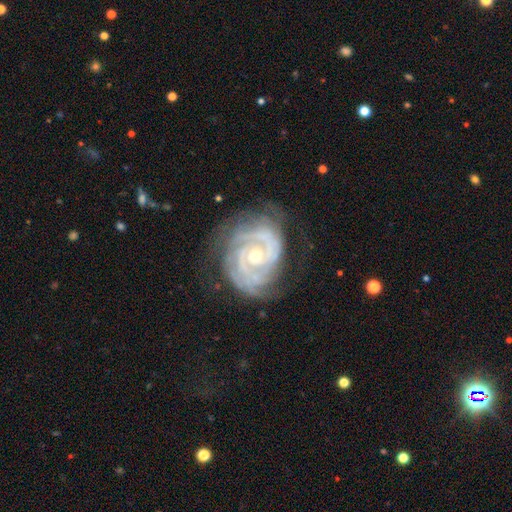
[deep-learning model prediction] Morphology: type=featured or disk (90%); edge-on=no (98%); bar=no (71%); spiral arms=yes (97%); winding=tight (76%); arm count=2 (39%); bulge=small (60%); merging=none (68%).